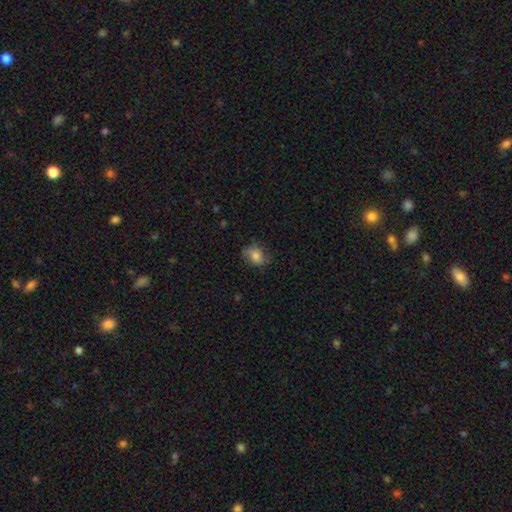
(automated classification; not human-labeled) smooth-or-featured: smooth: 67% | featured or disk: 24% | star or artifact: 10%
  how-rounded: in between: 53% | round: 46% | cigar-shaped: 1%
  merging: none: 67% | minor disturbance: 23% | major disturbance: 8% | merger: 1%